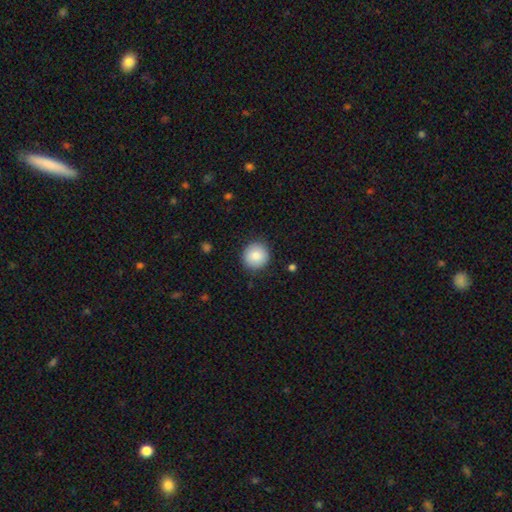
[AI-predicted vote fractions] A smooth galaxy with no disk features (86%) that is round (93%). Merging: none (89%).